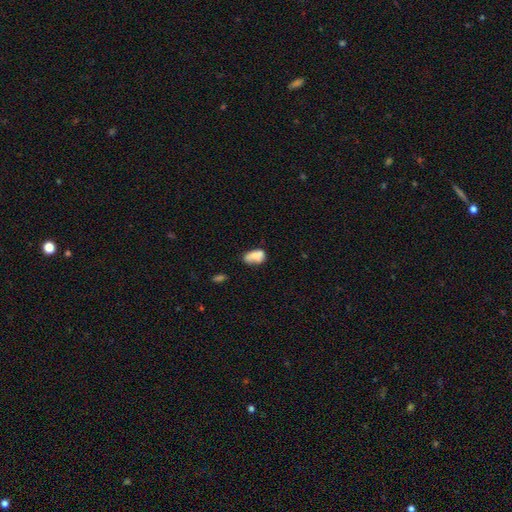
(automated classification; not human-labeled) This is likely a smooth galaxy (74%). How rounded: clearly in between (89%). Merging: marginally none (41%).